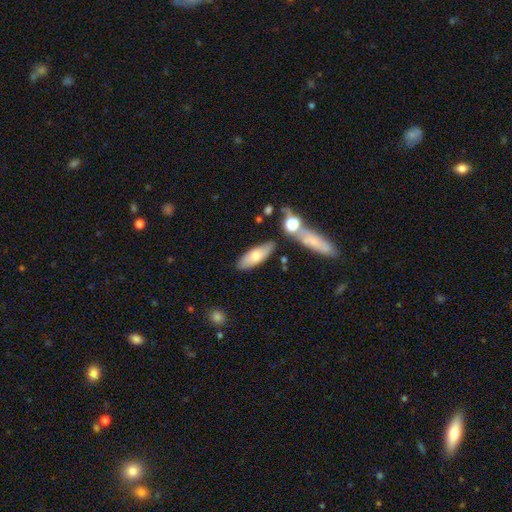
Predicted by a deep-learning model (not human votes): Morphology: type=smooth (66%); roundness=in between (64%); merging=none (74%).